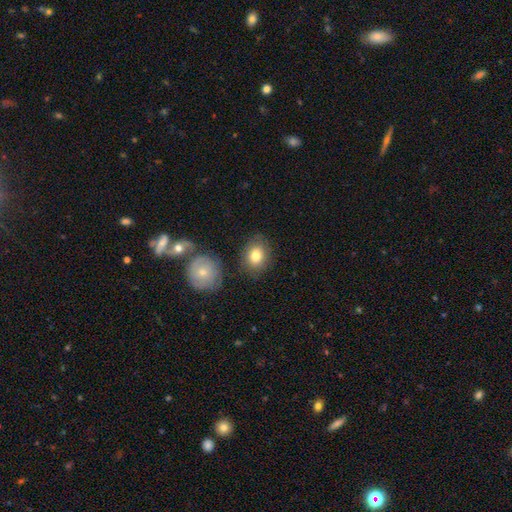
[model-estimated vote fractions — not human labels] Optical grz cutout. It shows a smooth galaxy with no disk features (81%) that is in between round and cigar-shaped (51%). Merging: none (78%).